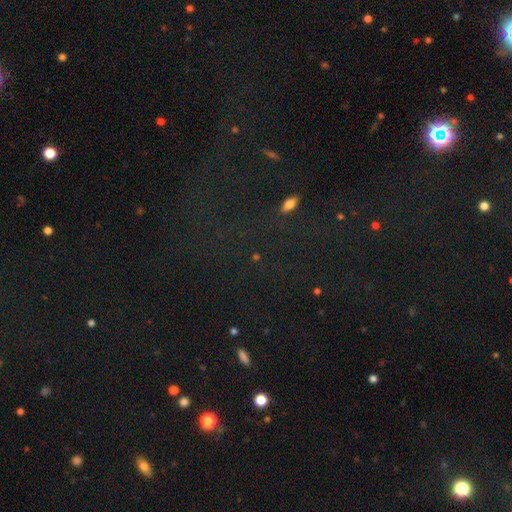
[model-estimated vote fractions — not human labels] A star or artifact, not a galaxy (69%).